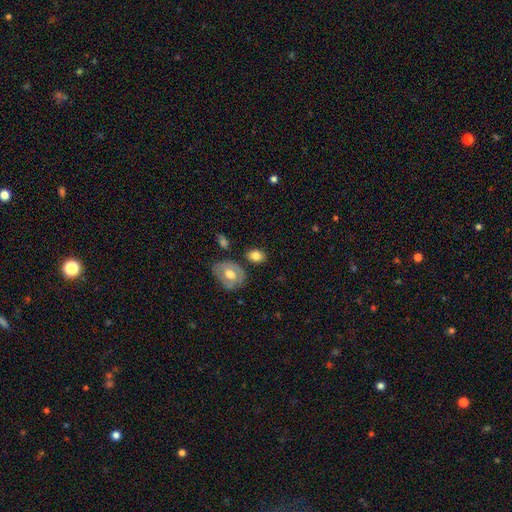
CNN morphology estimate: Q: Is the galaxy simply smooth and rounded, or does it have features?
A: smooth — 78%.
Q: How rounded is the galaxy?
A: in between — 69%.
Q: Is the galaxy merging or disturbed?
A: none — 75%.